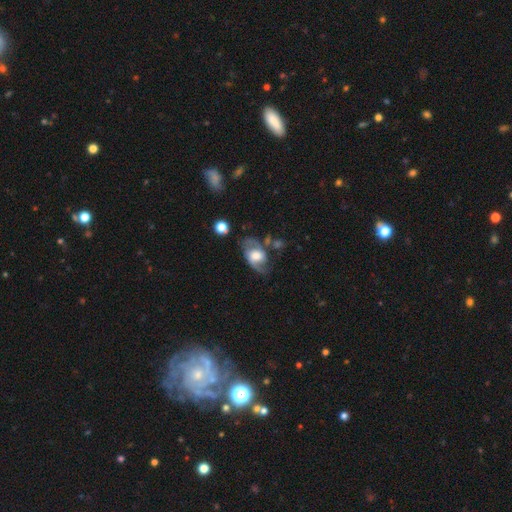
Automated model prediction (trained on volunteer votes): smooth-or-featured: featured or disk: 63% | smooth: 30% | star or artifact: 7%
  disk-edge-on: no: 93% | yes: 7%
    bar: no: 56% | weak: 35% | strong: 10%
    has-spiral-arms: yes: 76% | no: 24%
    bulge-size: large: 46% | moderate: 38% | small: 8% | dominant: 5% | none: 3%
  merging: none: 60% | minor disturbance: 22% | major disturbance: 12% | merger: 6%